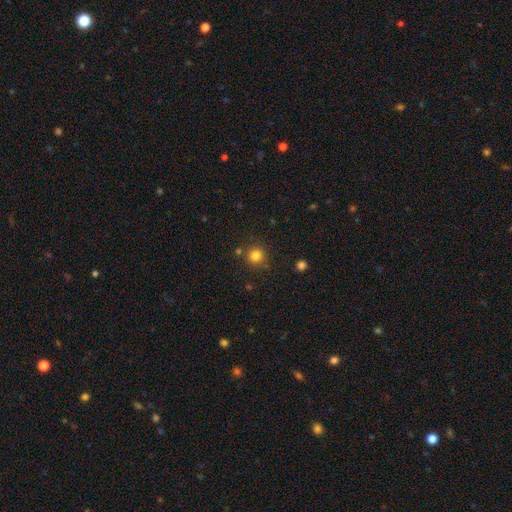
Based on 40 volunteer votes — Smooth or featured: smooth — 85% (star or artifact — 12%)
How rounded: round — 97% (in between — 3%)
Merging: none — 89% (minor disturbance — 9%)